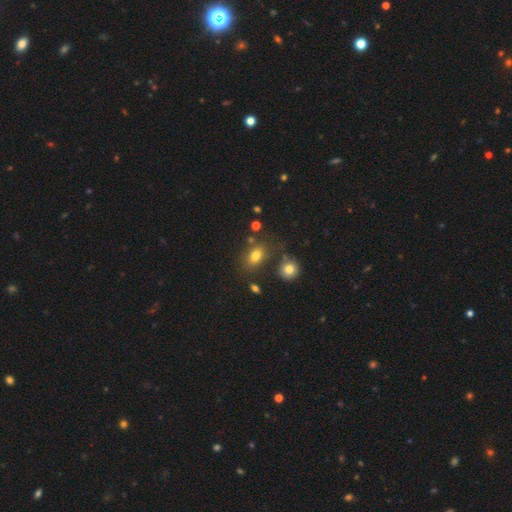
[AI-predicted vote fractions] This is likely a smooth galaxy (77%). How rounded: likely in between (79%). Merging: likely none (70%).